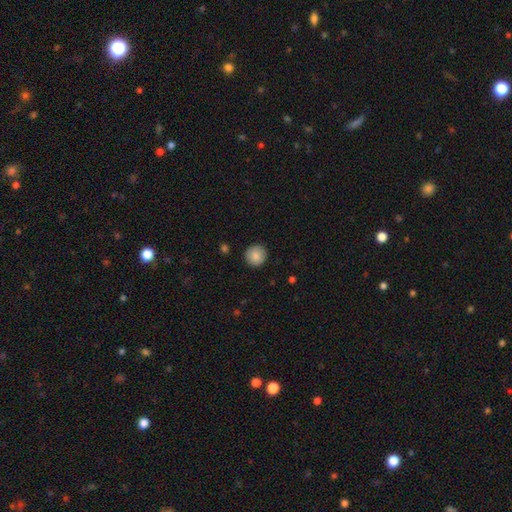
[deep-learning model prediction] This is clearly a smooth galaxy (87%). How rounded: clearly round (95%). Merging: clearly none (91%).